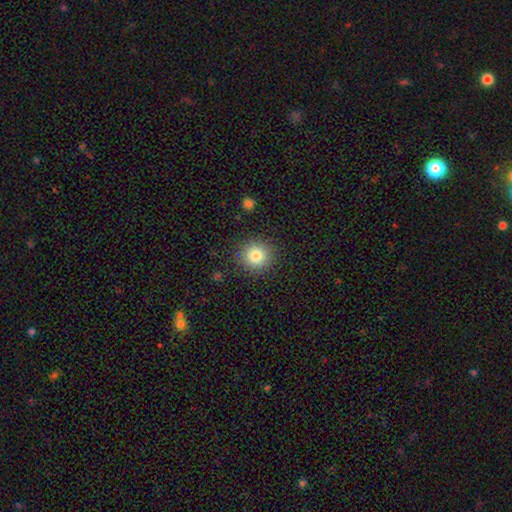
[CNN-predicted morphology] type=smooth (81%); roundness=round (93%); merging=none (89%).